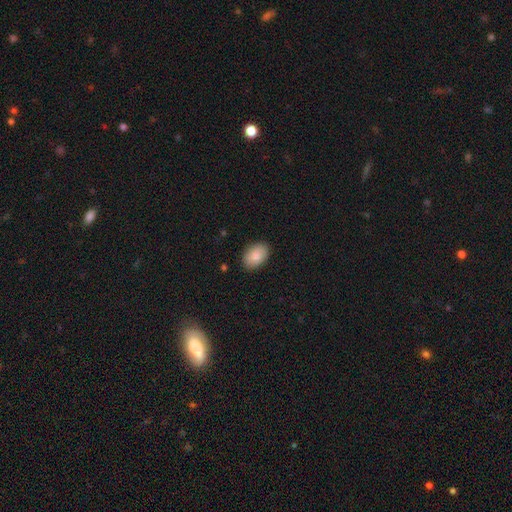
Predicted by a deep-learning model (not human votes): Smooth or featured? smooth (87%)
How rounded? in between (88%)
Merging? none (88%)